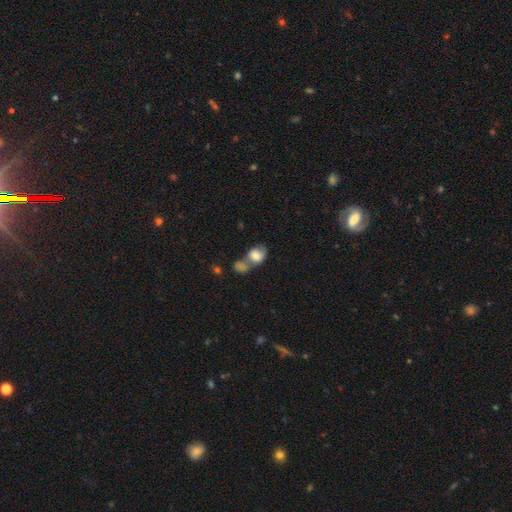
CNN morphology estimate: Smooth or featured? Predicted: smooth (p=0.73). How rounded? Predicted: in between (p=0.67). Merging? Predicted: merger (p=0.64).